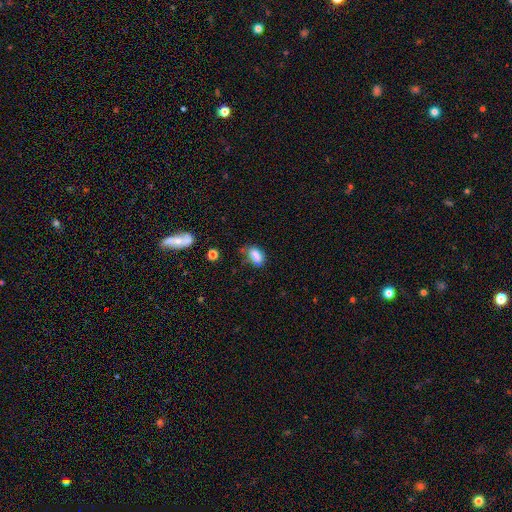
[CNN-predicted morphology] Q: Smooth or featured?
A: smooth (83%); runner-up: star or artifact (10%)
Q: How rounded?
A: in between (88%); runner-up: round (10%)
Q: Merging?
A: none (54%); runner-up: minor disturbance (32%)